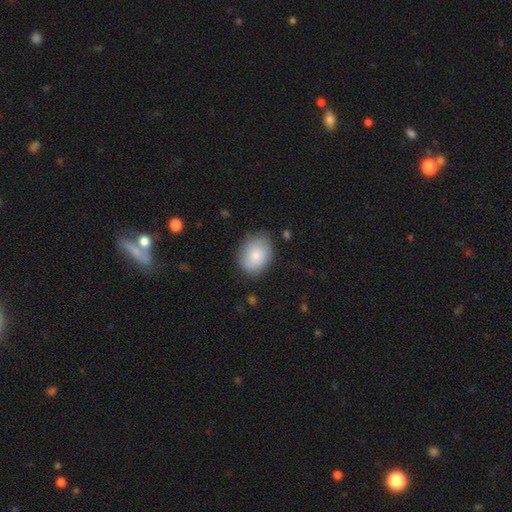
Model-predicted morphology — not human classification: Smooth or featured: smooth — 81% (featured or disk — 13%)
How rounded: in between — 66% (round — 33%)
Merging: none — 76% (minor disturbance — 18%)